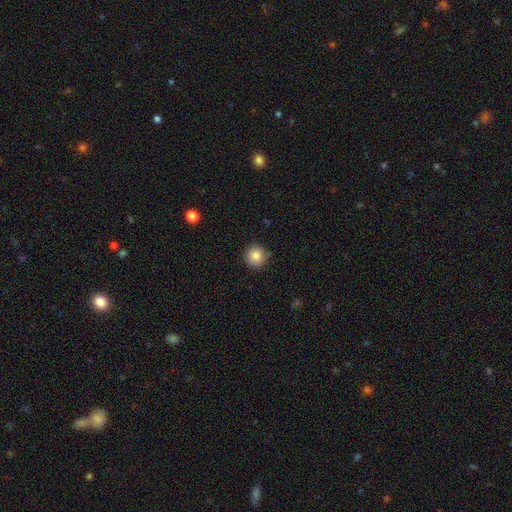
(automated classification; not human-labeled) Smooth or featured? smooth (86%)
How rounded? round (94%)
Merging? none (89%)